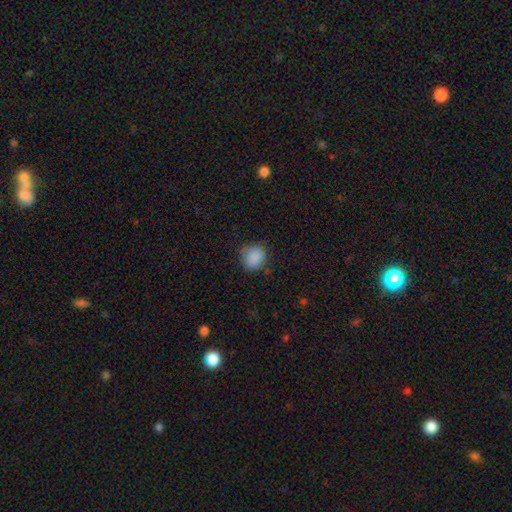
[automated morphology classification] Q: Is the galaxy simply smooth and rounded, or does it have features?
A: smooth — 87%.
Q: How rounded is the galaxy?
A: round — 76%.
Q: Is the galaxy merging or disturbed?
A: none — 74%.